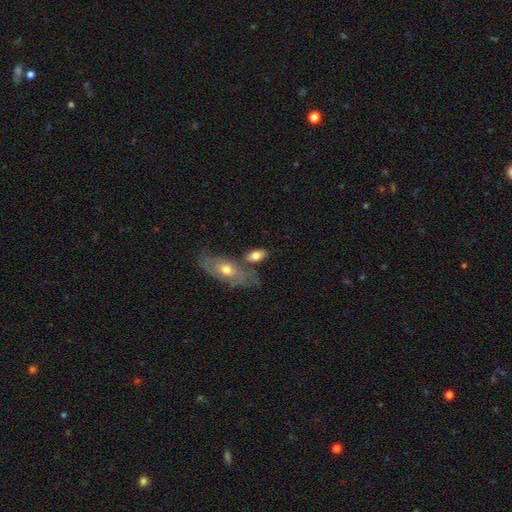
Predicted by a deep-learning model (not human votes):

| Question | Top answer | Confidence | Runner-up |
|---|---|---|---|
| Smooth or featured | smooth | 69% | featured or disk (24%) |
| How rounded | in between | 88% | cigar-shaped (6%) |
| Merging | none | 53% | merger (24%) |